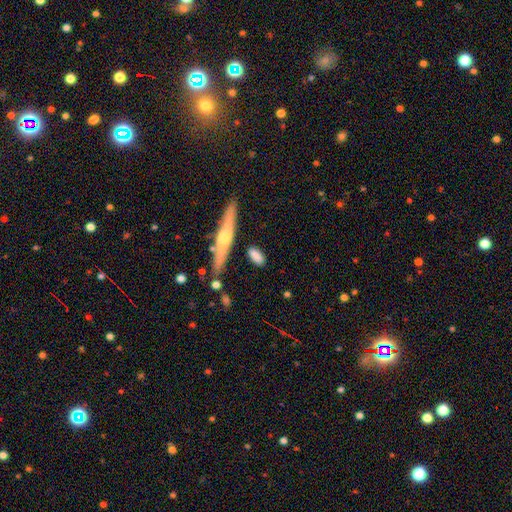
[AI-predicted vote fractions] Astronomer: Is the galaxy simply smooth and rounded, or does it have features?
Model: smooth — 76%.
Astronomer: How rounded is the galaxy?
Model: in between — 65%.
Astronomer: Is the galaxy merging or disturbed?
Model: none — 76%.